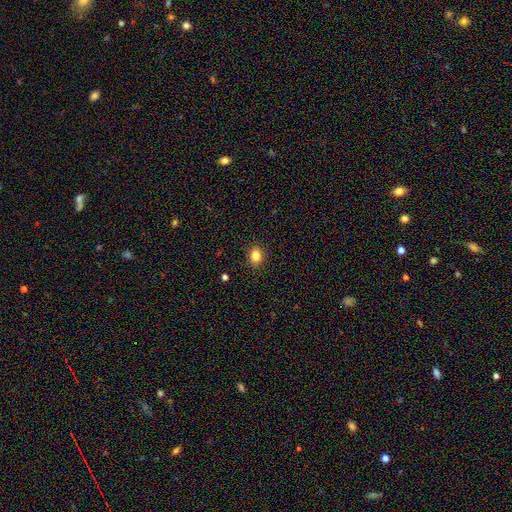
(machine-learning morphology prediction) Smooth or featured?
  - smooth: 84% *
  - star or artifact: 11%
  - featured or disk: 5%
How rounded?
  - in between: 52% *
  - round: 47%
  - cigar-shaped: 1%
Merging?
  - none: 89% *
  - minor disturbance: 8%
  - major disturbance: 2%
  - merger: 1%